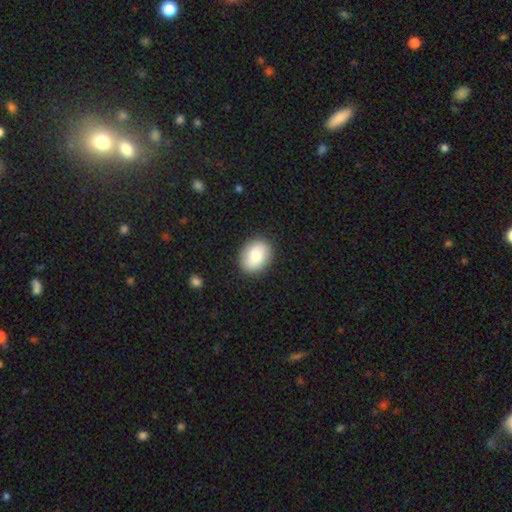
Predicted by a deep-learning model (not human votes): Smooth or featured?
  - smooth: 80% *
  - featured or disk: 13%
  - star or artifact: 7%
How rounded?
  - in between: 58% *
  - round: 41%
  - cigar-shaped: 1%
Merging?
  - none: 87% *
  - minor disturbance: 9%
  - major disturbance: 2%
  - merger: 1%